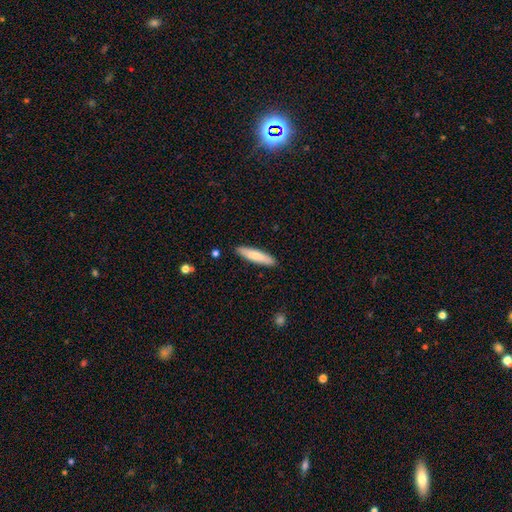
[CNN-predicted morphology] smooth_or_featured: smooth (p=0.78) [alt: featured or disk p=0.17]
how_rounded: cigar-shaped (p=0.83) [alt: in between p=0.16]
merging: none (p=0.89) [alt: minor disturbance p=0.08]